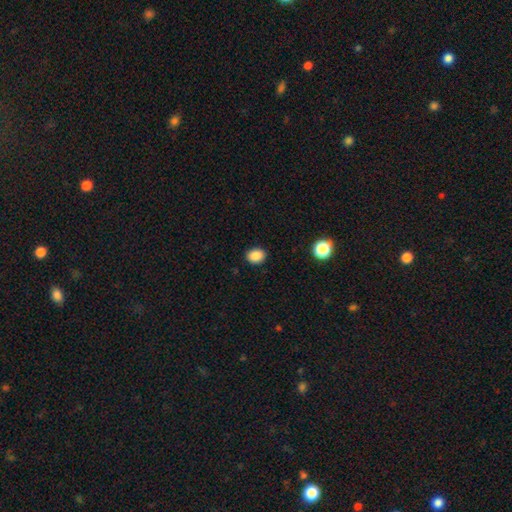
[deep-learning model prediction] Smooth or featured? Predicted: smooth (p=0.87). How rounded? Predicted: round (p=0.53). Merging? Predicted: none (p=0.90).